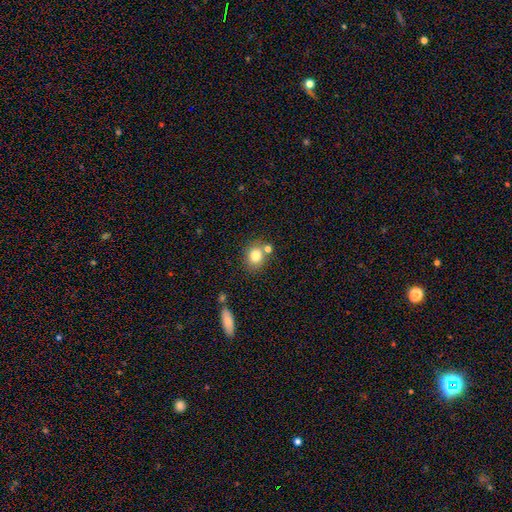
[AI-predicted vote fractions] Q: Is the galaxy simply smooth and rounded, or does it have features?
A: smooth — 79%.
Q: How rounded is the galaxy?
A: round — 67%.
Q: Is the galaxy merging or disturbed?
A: none — 68%.